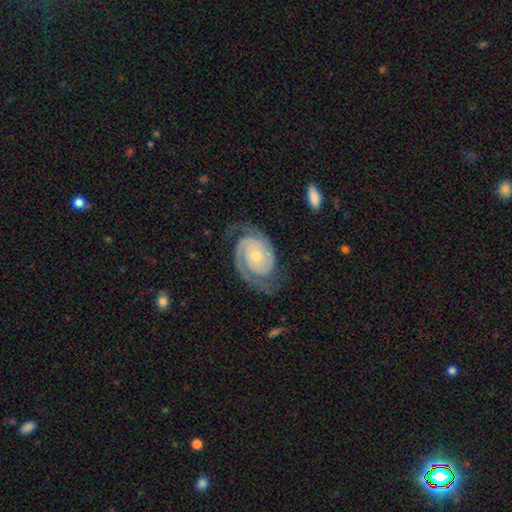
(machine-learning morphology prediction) Overall: featured or disk (91%). Edge-on disk: no (97%). Bar: no (76%). Spiral arms: yes (98%). Spiral arm count: 2 (85%). Spiral winding: tight (69%). Bulge size: small (68%). Merging: none (76%).